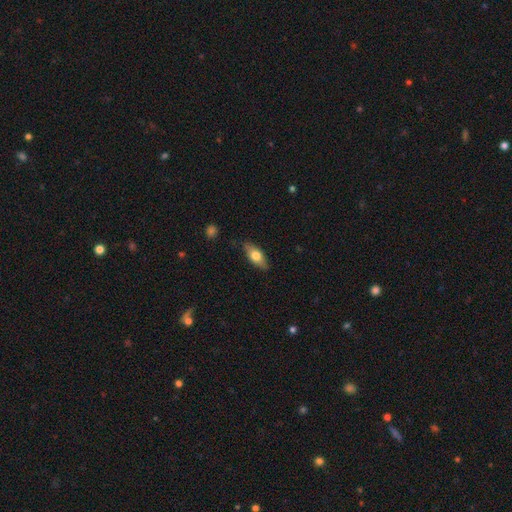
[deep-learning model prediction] Overall: smooth (66%; featured or disk 28%). How rounded: in between (79%). Merging: none (82%).